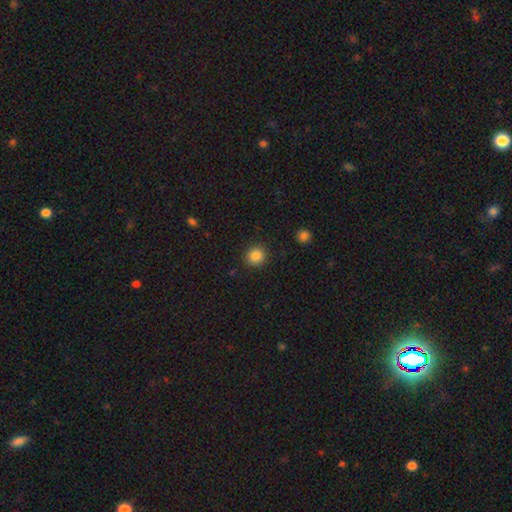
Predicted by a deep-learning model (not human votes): A smooth galaxy with no disk features (86%) that is round (90%). Merging: none (91%).